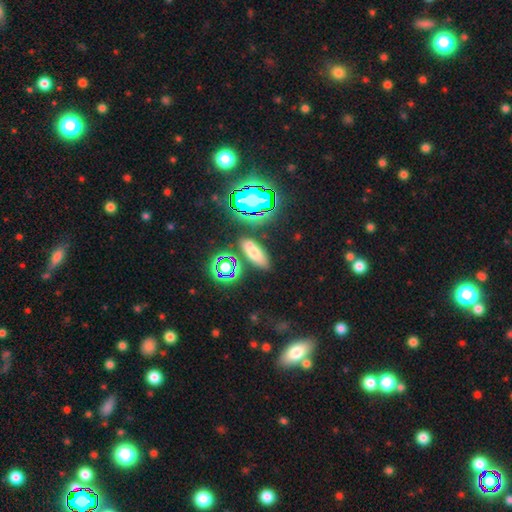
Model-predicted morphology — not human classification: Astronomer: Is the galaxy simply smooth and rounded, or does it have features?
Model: smooth — 55% (runner-up: star or artifact, 31%).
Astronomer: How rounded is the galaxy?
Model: in between — 70%.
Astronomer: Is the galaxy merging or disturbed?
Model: none — 79%.